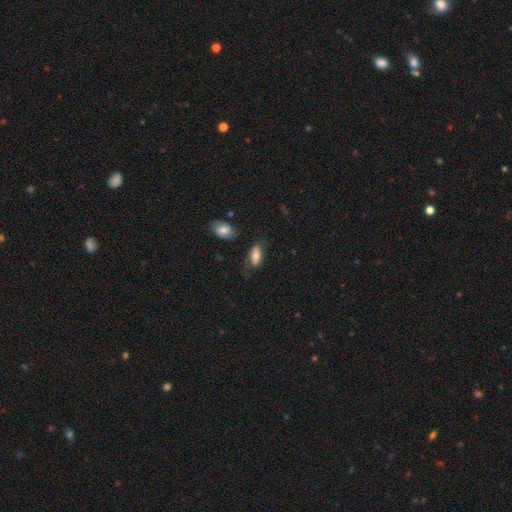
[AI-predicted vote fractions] smooth 65%, featured or disk 28%, star or artifact 8%. Down the decision tree: how rounded — in between (85%); merging — none (57%).